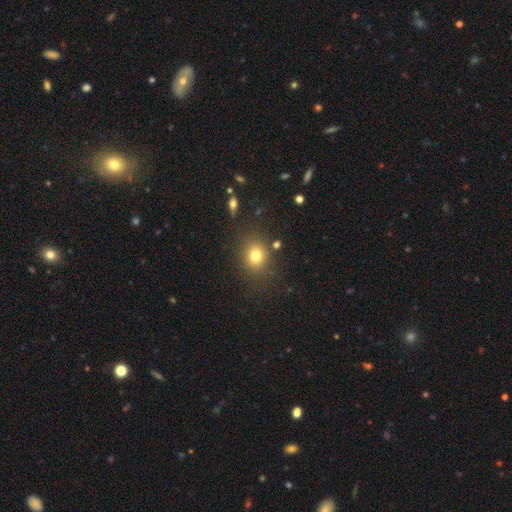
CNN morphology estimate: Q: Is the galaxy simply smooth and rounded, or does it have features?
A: smooth — 77%.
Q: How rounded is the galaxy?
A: round — 75%.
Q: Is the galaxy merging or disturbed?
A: none — 82%.